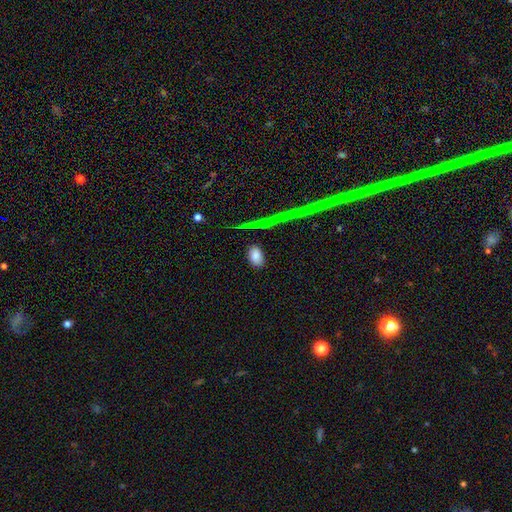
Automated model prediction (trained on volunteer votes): smooth 84%, star or artifact 9%, featured or disk 6%. Down the decision tree: how rounded — in between (88%); merging — none (82%).